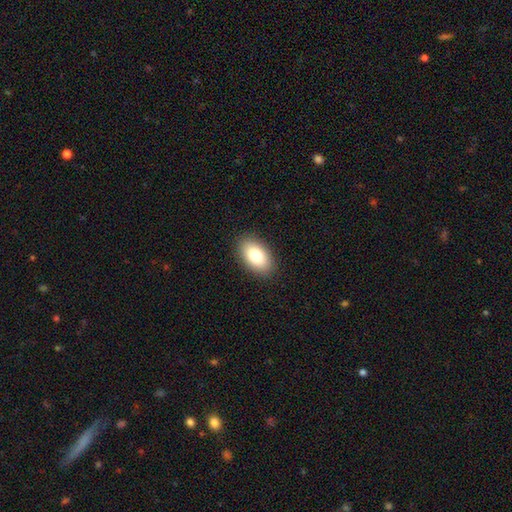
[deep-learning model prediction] smooth-or-featured: smooth: 81% | featured or disk: 12% | star or artifact: 8%
  how-rounded: in between: 93% | round: 6% | cigar-shaped: 2%
  merging: none: 89% | minor disturbance: 8% | major disturbance: 2% | merger: 1%